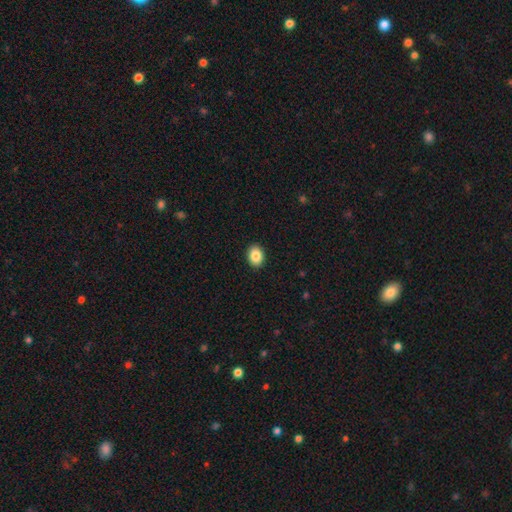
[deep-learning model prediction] Smooth or featured: smooth — 87% (star or artifact — 8%)
How rounded: in between — 67% (round — 32%)
Merging: none — 91% (minor disturbance — 6%)